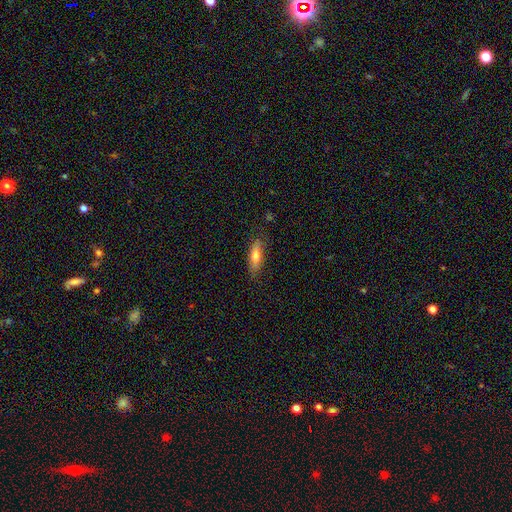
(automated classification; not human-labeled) Morphology: type=smooth (69%); roundness=in between (50%); merging=none (78%).